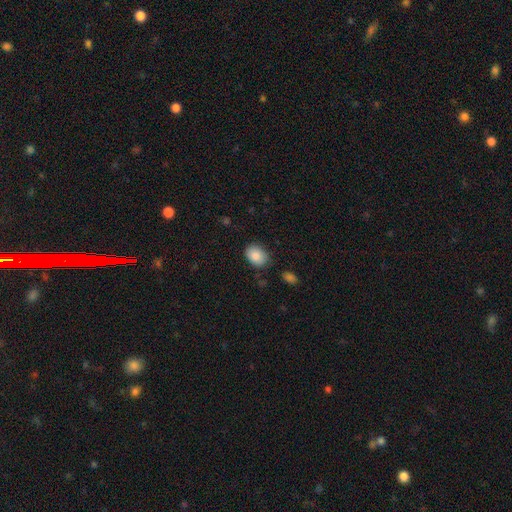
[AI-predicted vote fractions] smooth 86%, star or artifact 8%, featured or disk 7%. Down the decision tree: how rounded — in between (70%); merging — none (78%).